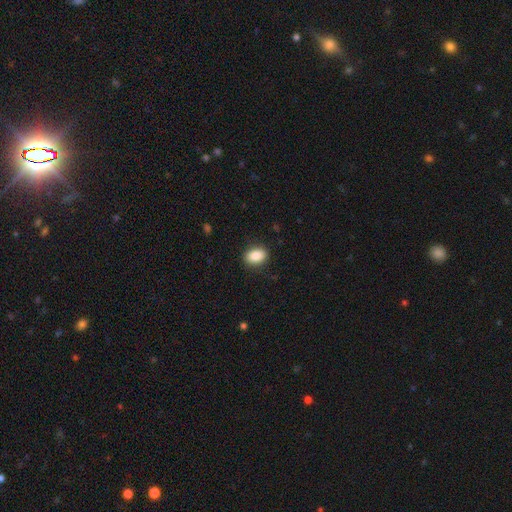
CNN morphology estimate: This is clearly a smooth galaxy (87%). How rounded: clearly in between (81%). Merging: clearly none (87%).